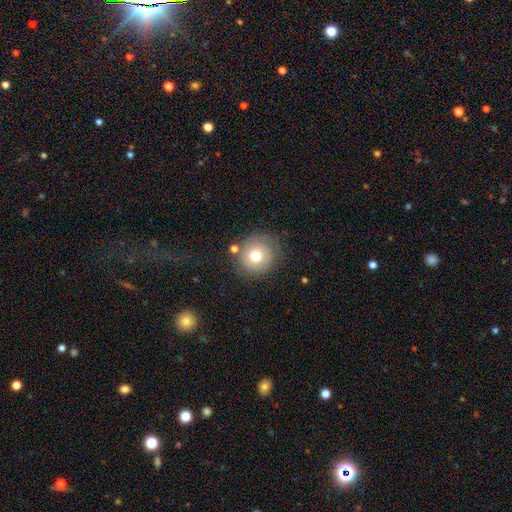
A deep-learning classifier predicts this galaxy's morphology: A smooth galaxy with no disk features (71%) that is round (90%).

Vote fractions:
- Smooth or featured? smooth: 71% / featured or disk: 17% / star or artifact: 11%
- How rounded? round: 90% / in between: 9% / cigar-shaped: 1%
- Merging? none: 76% / minor disturbance: 14% / merger: 6% / major disturbance: 5%